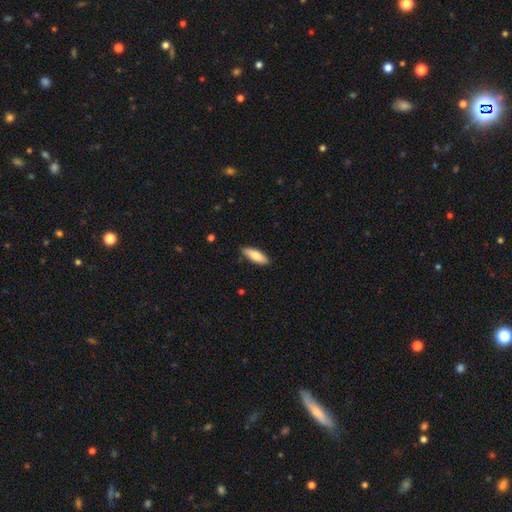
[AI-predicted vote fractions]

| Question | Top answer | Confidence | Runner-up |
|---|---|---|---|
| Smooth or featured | smooth | 79% | featured or disk (16%) |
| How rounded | in between | 61% | cigar-shaped (38%) |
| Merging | none | 85% | minor disturbance (12%) |